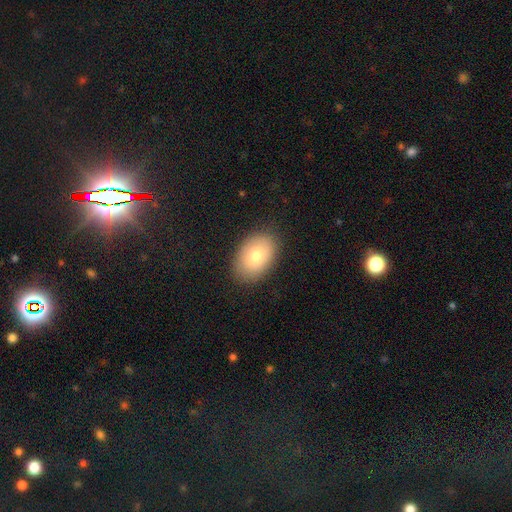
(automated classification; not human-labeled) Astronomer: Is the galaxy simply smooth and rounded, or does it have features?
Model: smooth — 77%.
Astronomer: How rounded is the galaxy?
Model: in between — 87%.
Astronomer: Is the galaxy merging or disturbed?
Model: none — 86%.